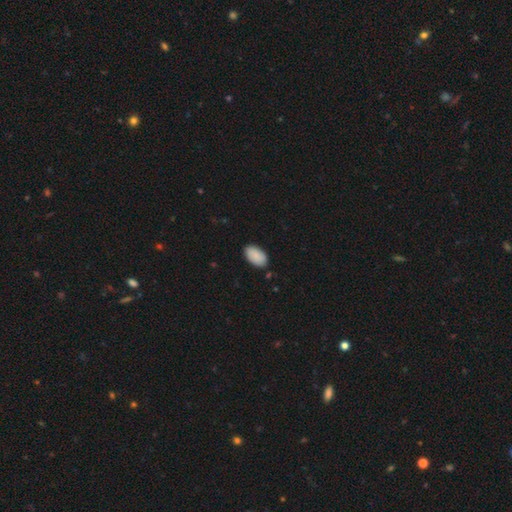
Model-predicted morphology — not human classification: Smooth or featured? Predicted: smooth (p=0.90). How rounded? Predicted: in between (p=0.95). Merging? Predicted: none (p=0.86).